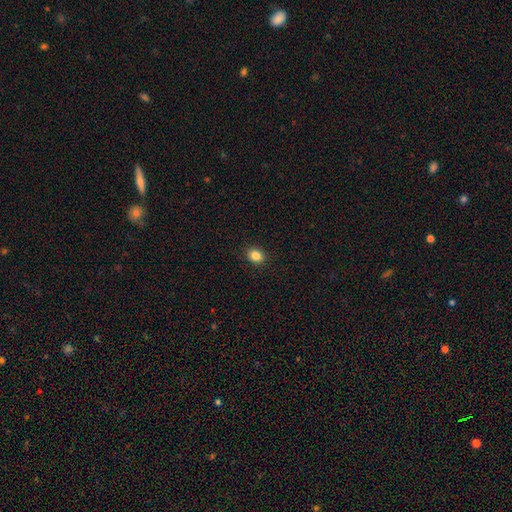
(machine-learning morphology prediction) Smooth or featured?
  - smooth: 85% *
  - star or artifact: 11%
  - featured or disk: 4%
How rounded?
  - round: 53% *
  - in between: 46%
  - cigar-shaped: 1%
Merging?
  - none: 91% *
  - minor disturbance: 6%
  - major disturbance: 2%
  - merger: 1%